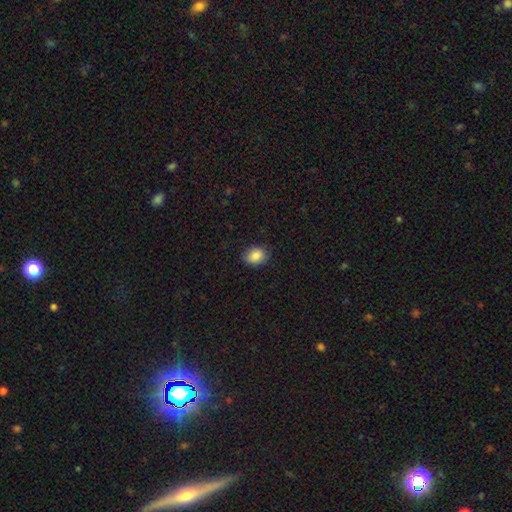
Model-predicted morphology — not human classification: smooth_or_featured: smooth (p=0.88) [alt: star or artifact p=0.08]
how_rounded: in between (p=0.64) [alt: round p=0.35]
merging: none (p=0.84) [alt: minor disturbance p=0.13]